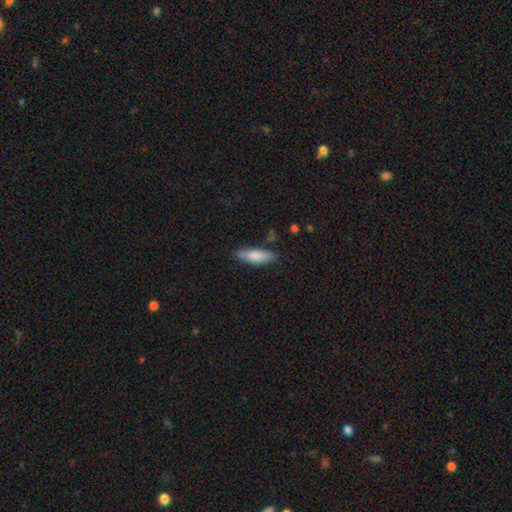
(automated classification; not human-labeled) This is likely a smooth galaxy (79%). How rounded: possibly cigar-shaped (54%). Merging: likely none (76%).